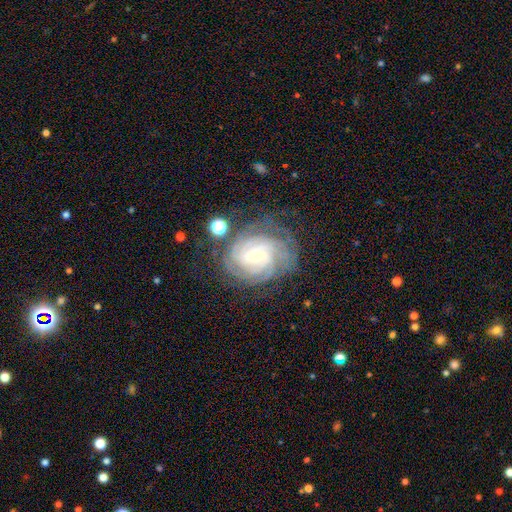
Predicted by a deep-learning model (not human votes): featured or disk 87%, smooth 7%, star or artifact 6%. Down the decision tree: edge-on disk — no (97%); bar — weak (46%); spiral arms — yes (97%); spiral arm count — 4 (31%); spiral winding — tight (77%); bulge size — small (57%); merging — none (70%).